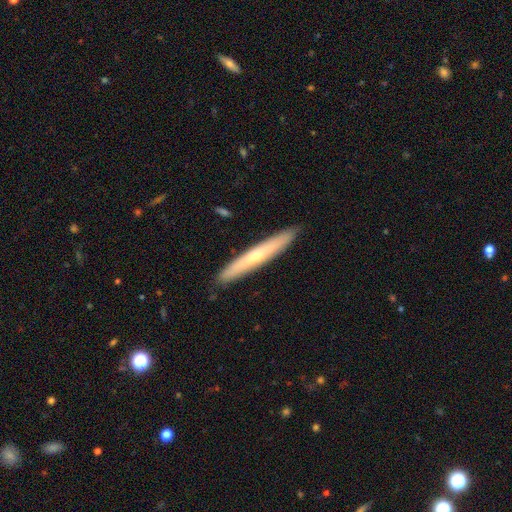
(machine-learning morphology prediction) Smooth or featured: featured or disk — 54% (smooth — 39%)
Edge-on disk: yes — 92% (no — 8%)
Merging: none — 90% (minor disturbance — 7%)